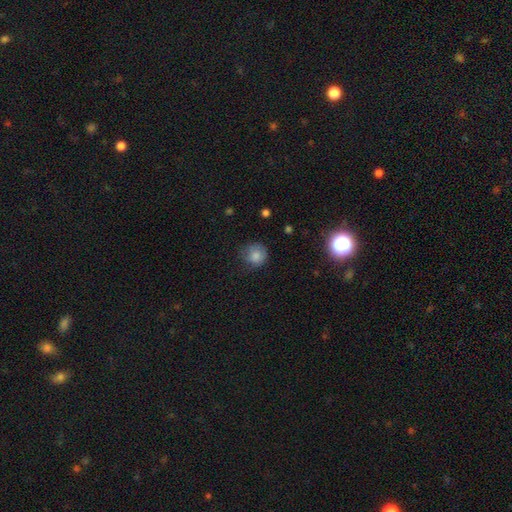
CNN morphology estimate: Smooth or featured?
  - smooth: 81% *
  - star or artifact: 10%
  - featured or disk: 8%
How rounded?
  - round: 86% *
  - in between: 13%
  - cigar-shaped: 1%
Merging?
  - none: 64% *
  - minor disturbance: 26%
  - major disturbance: 9%
  - merger: 1%